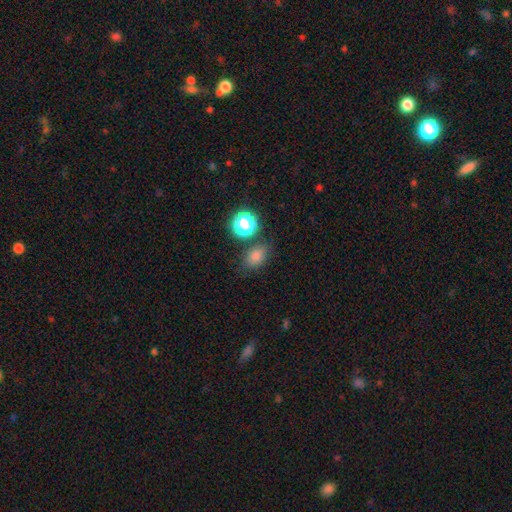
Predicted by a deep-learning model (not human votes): smooth 75%, star or artifact 18%, featured or disk 6%. Down the decision tree: how rounded — in between (63%); merging — none (75%).